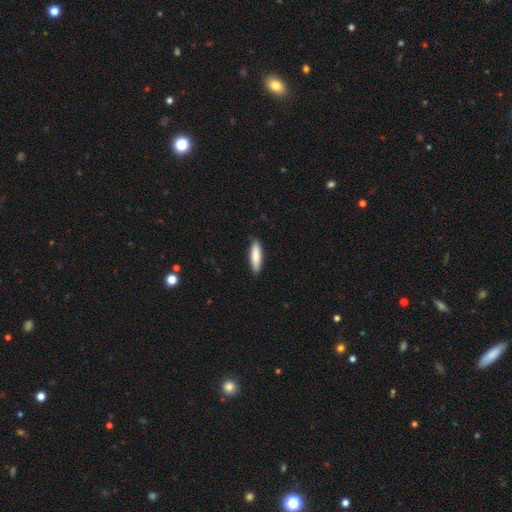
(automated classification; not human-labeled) Q: Smooth or featured?
A: smooth (83%); runner-up: featured or disk (12%)
Q: How rounded?
A: cigar-shaped (67%); runner-up: in between (32%)
Q: Merging?
A: none (85%); runner-up: minor disturbance (12%)